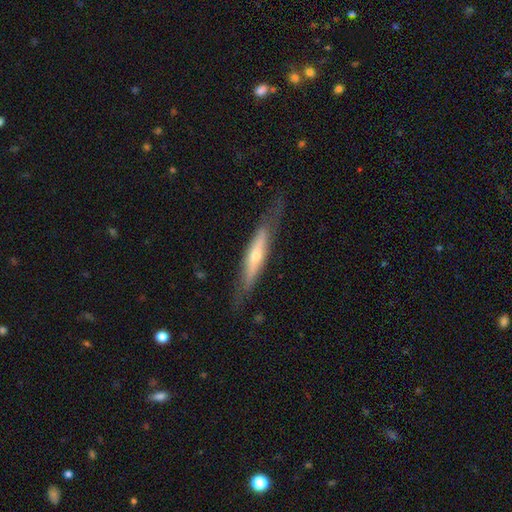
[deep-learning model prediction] A featured or disk galaxy (58%) viewed edge-on (84%). Merging: none (74%).